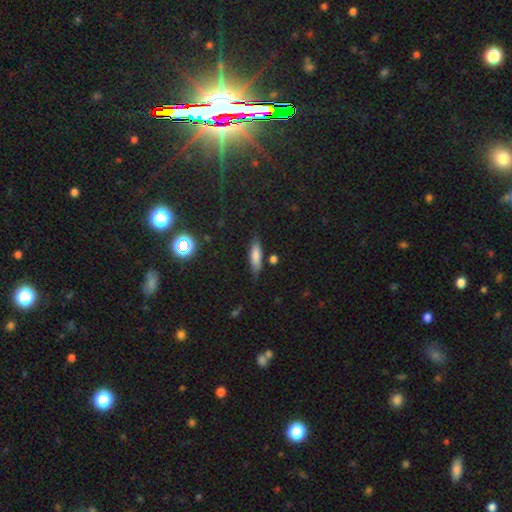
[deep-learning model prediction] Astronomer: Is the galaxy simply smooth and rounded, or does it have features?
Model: smooth — 75%.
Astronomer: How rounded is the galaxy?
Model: cigar-shaped — 56% (runner-up: in between, 41%).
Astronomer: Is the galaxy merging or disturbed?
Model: none — 77%.